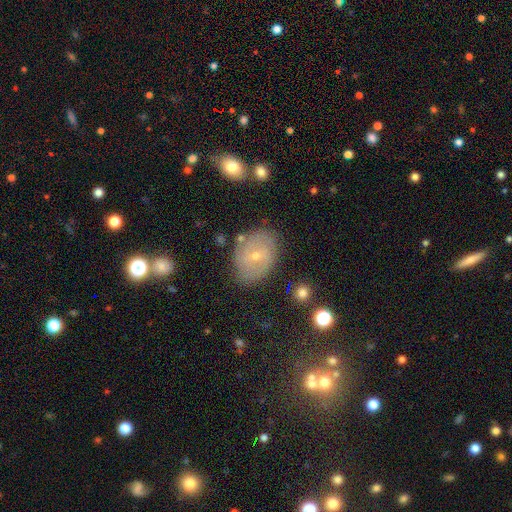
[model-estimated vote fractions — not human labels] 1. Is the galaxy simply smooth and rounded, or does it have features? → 57% featured or disk, 34% smooth, 9% star or artifact.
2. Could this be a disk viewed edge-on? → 95% no, 5% yes.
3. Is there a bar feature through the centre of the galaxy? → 52% no, 39% weak, 9% strong.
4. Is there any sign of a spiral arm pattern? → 66% yes, 34% no.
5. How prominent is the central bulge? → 68% small, 29% moderate, 1% none, 1% large, 1% dominant.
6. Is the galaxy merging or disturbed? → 76% none, 17% minor disturbance, 5% major disturbance, 2% merger.